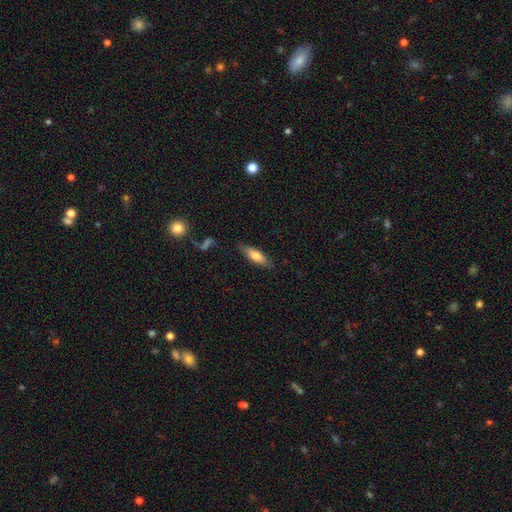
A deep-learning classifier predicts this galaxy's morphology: This is likely a smooth galaxy (68%). How rounded: possibly cigar-shaped (53%). Merging: likely none (80%).